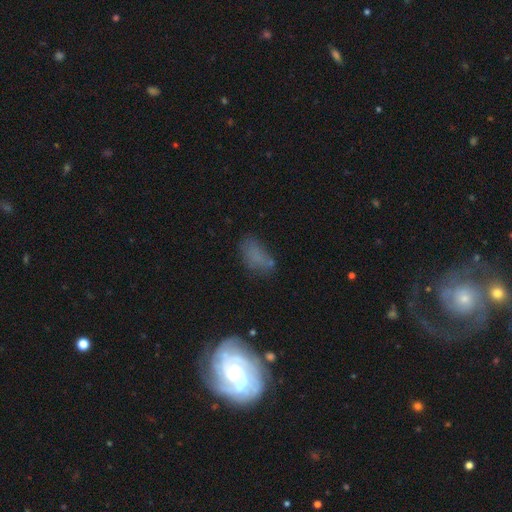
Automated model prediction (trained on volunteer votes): Smooth or featured? smooth (66%)
How rounded? in between (87%)
Merging? none (50%)